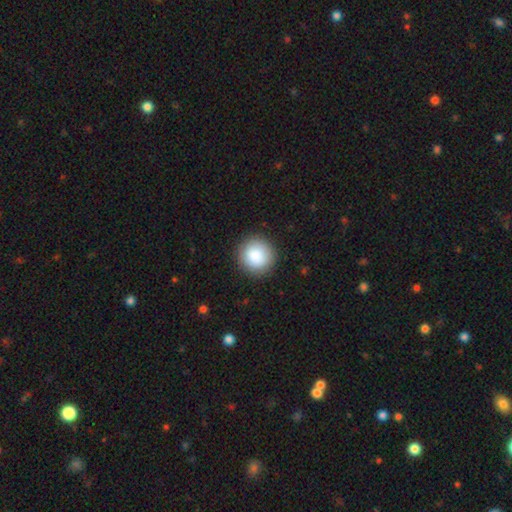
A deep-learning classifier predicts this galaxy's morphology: Smooth or featured: smooth — 87% (star or artifact — 8%)
How rounded: round — 94% (in between — 5%)
Merging: none — 90% (minor disturbance — 7%)